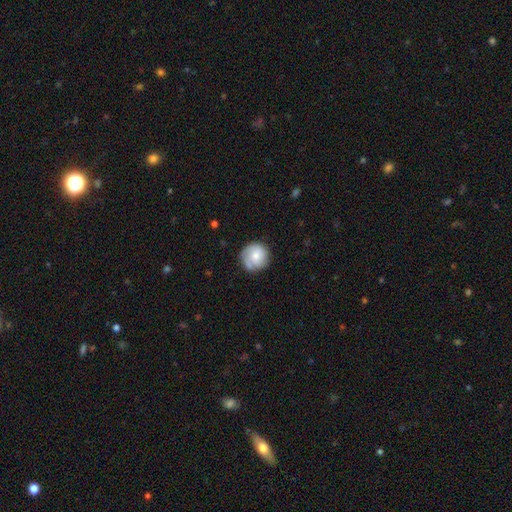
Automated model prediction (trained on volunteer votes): Overall: smooth (60%; featured or disk 33%). How rounded: round (92%). Merging: none (72%).